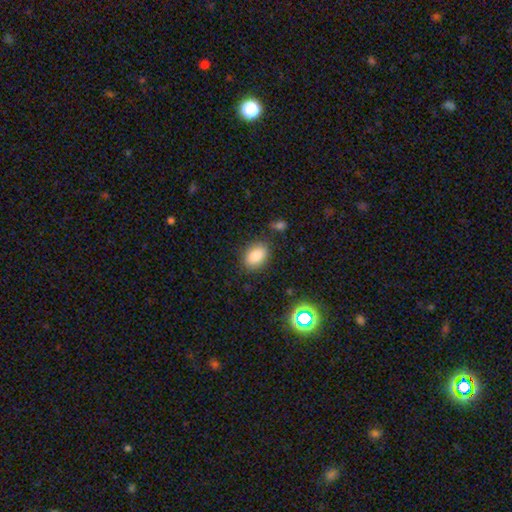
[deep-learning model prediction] The model was most divided on "how rounded": in between: 80%, round: 19%, cigar-shaped: 1%. More confident: smooth or featured — smooth (84%); merging — none (81%).